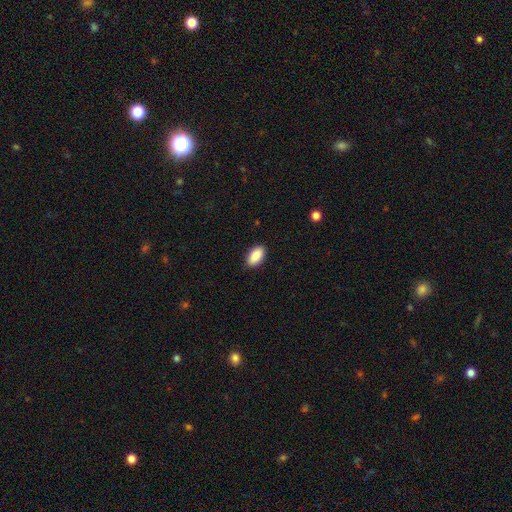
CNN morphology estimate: This appears to be a smooth galaxy with no disk features (89%) that is in between round and cigar-shaped (94%). Merging: none (88%).